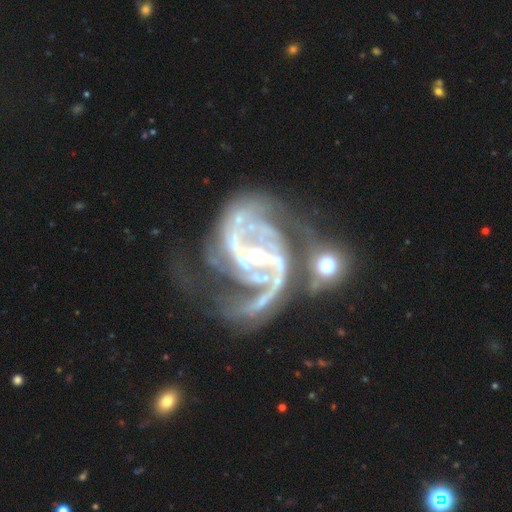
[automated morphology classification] A featured or disk galaxy (92%) with a strong bar (38%), 2 (69%) medium (56%) spiral arms (98%) and a small central bulge (62%).

Vote fractions:
- Smooth or featured? featured or disk: 92% / star or artifact: 5% / smooth: 2%
- Edge-on disk? no: 98% / yes: 2%
- Bar? strong: 38% / weak: 35% / no: 27%
- Spiral arms? yes: 98% / no: 2%
- Spiral winding? medium: 56% / tight: 24% / loose: 19%
- Spiral arm count? 2: 69% / 3: 13% / can't tell: 7% / 4: 4% / 1: 4% / more than 4: 3%
- Bulge size? small: 62% / moderate: 34% / none: 2% / large: 2% / dominant: 1%
- Merging? none: 34% / major disturbance: 27% / minor disturbance: 20% / merger: 18%